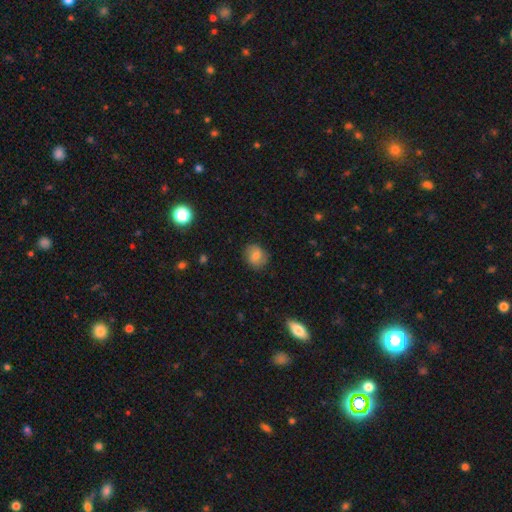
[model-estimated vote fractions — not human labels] smooth 78%, featured or disk 13%, star or artifact 9%. Down the decision tree: how rounded — round (66%); merging — none (81%).